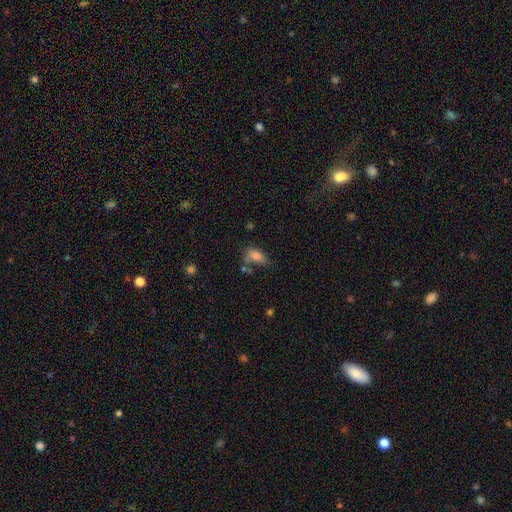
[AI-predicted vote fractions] Overall: smooth (78%). How rounded: in between (87%). Merging: none (48%; minor disturbance 24%).